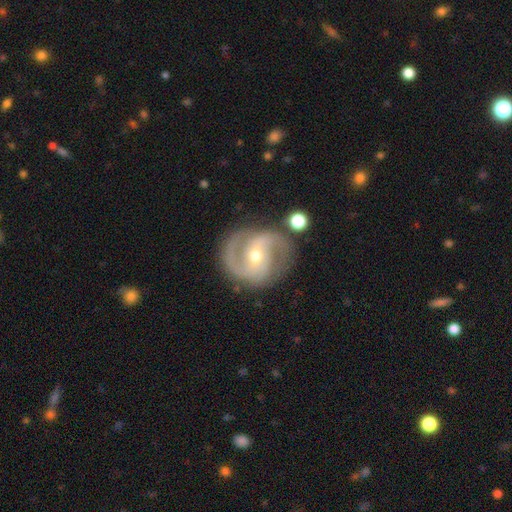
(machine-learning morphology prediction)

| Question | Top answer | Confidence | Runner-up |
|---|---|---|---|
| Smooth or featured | featured or disk | 89% | smooth (5%) |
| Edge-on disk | no | 98% | yes (2%) |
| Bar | weak | 40% | no (38%) |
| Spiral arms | yes | 97% | no (3%) |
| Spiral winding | medium | 57% | tight (27%) |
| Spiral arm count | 2 | 85% | 3 (7%) |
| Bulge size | moderate | 54% | small (43%) |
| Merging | none | 78% | minor disturbance (14%) |